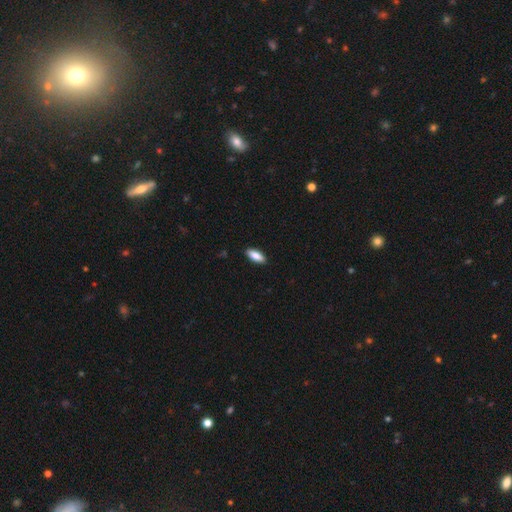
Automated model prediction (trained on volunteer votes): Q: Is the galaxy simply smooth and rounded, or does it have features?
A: smooth — 86%.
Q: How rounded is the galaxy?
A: in between — 77%.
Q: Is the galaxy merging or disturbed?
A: none — 89%.